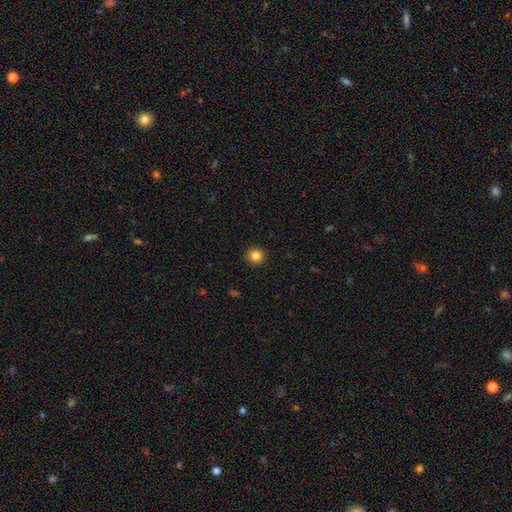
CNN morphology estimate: type=smooth (83%); roundness=round (94%); merging=none (93%).